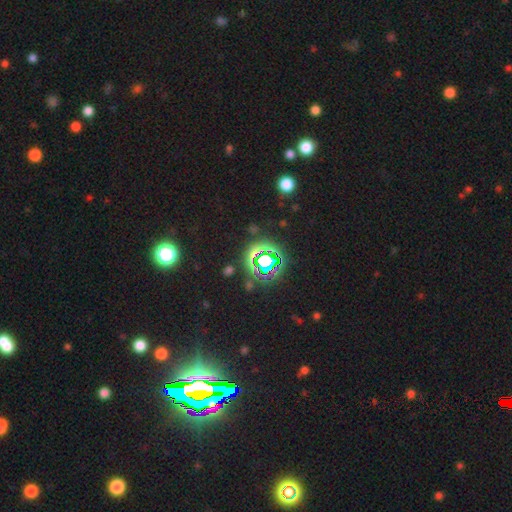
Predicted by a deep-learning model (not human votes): Smooth or featured: star or artifact — 73% (smooth — 17%)